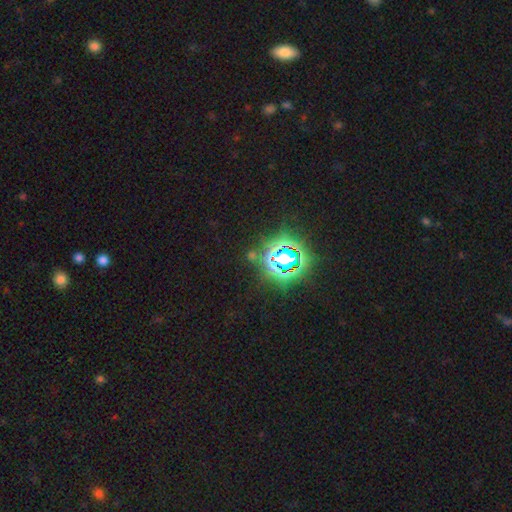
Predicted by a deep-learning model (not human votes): star or artifact 78%, smooth 14%, featured or disk 8%.